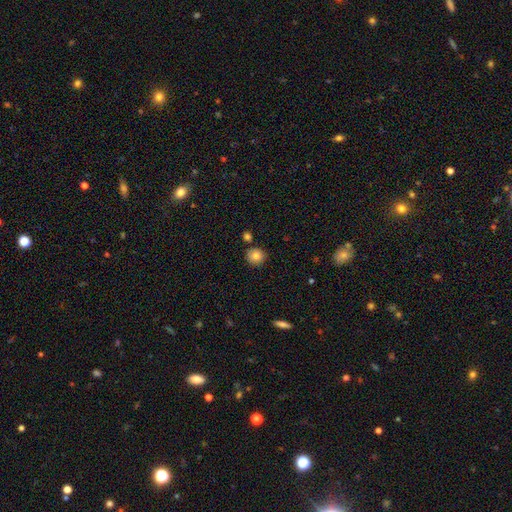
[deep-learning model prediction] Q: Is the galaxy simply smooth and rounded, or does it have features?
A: smooth — 83%.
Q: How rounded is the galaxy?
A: round — 90%.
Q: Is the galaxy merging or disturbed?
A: none — 83%.